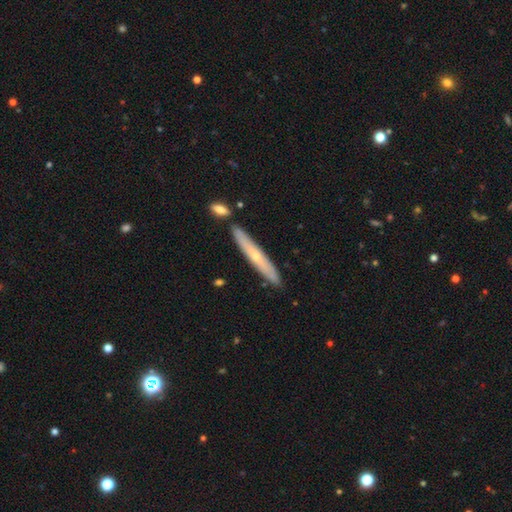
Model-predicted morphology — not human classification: Smooth or featured? Predicted: featured or disk (p=0.51). Edge-on disk? Predicted: yes (p=0.86). Merging? Predicted: none (p=0.83).